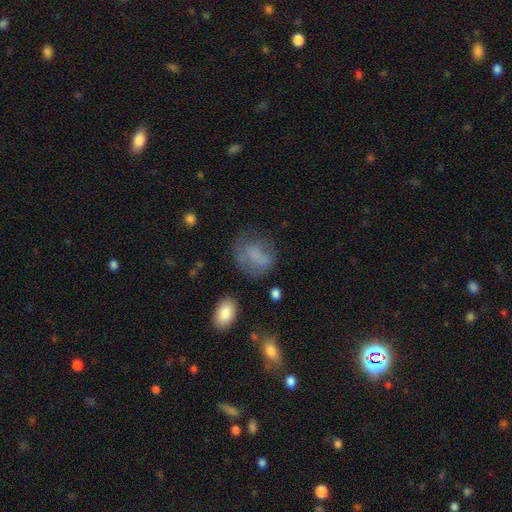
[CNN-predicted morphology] Smooth or featured? Predicted: smooth (p=0.67). How rounded? Predicted: round (p=0.51). Merging? Predicted: none (p=0.55).